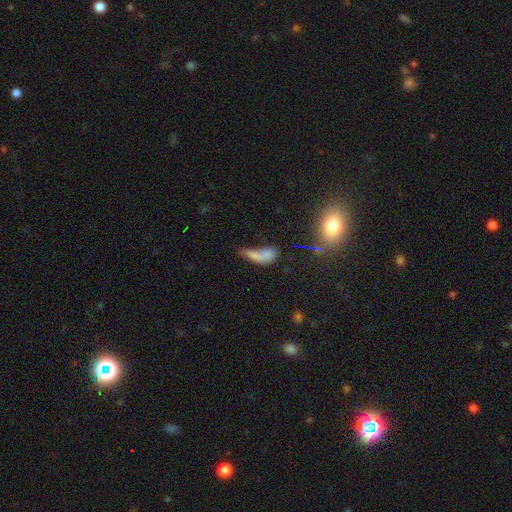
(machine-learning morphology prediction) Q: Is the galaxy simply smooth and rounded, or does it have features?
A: smooth — 63%.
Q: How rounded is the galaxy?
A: in between — 55%.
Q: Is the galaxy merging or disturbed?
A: major disturbance — 31%.